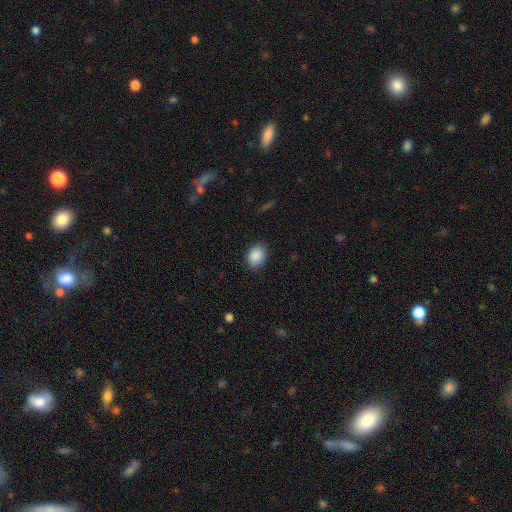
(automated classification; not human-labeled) Smooth or featured?
  - smooth: 89% *
  - star or artifact: 8%
  - featured or disk: 3%
How rounded?
  - in between: 67% *
  - round: 32%
  - cigar-shaped: 1%
Merging?
  - none: 87% *
  - minor disturbance: 9%
  - major disturbance: 2%
  - merger: 1%